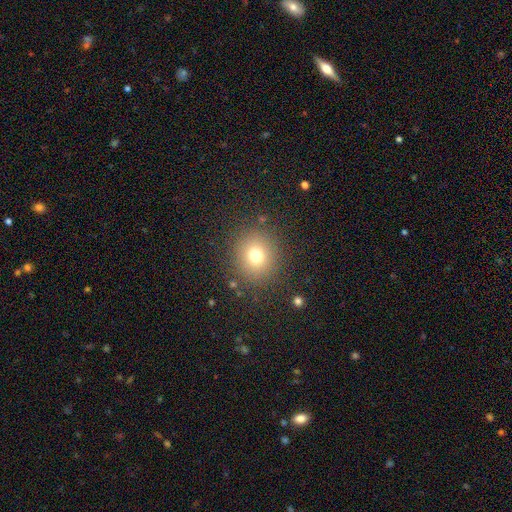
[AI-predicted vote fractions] smooth_or_featured: smooth (p=0.73) [alt: star or artifact p=0.16]
how_rounded: round (p=0.87) [alt: in between p=0.12]
merging: none (p=0.87) [alt: minor disturbance p=0.07]